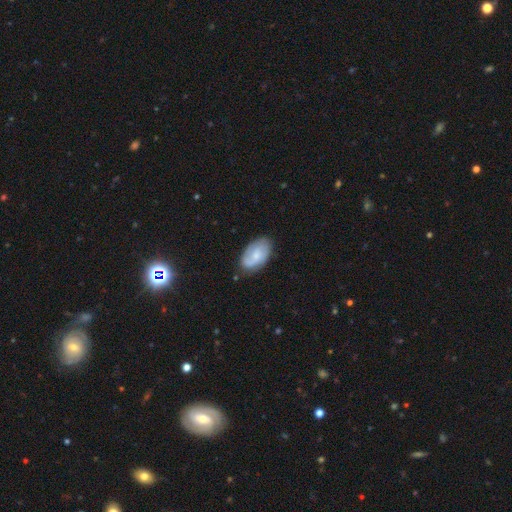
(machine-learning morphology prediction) type=smooth (50%); merging=none (74%).